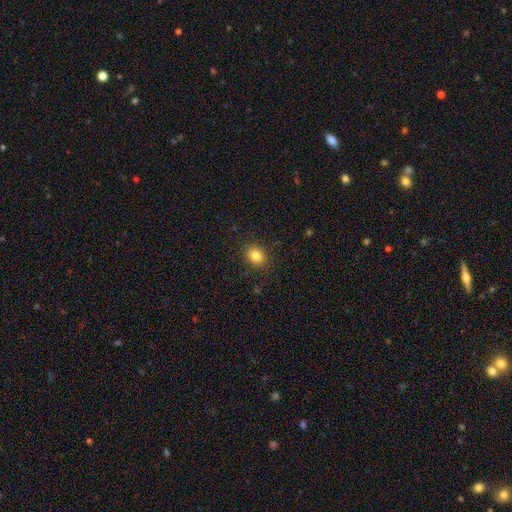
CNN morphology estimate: This appears to be a smooth galaxy with no disk features (83%) that is round (50%). Merging: none (87%).